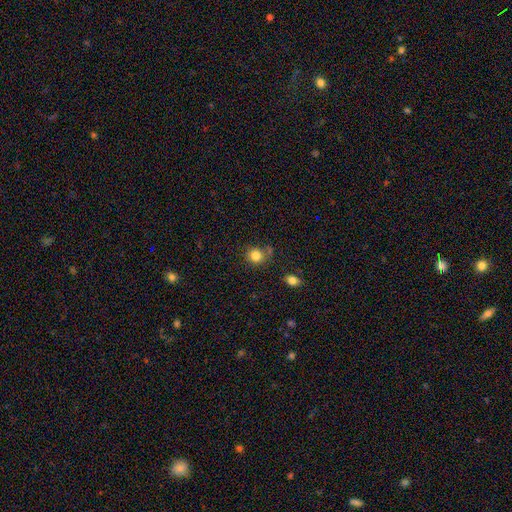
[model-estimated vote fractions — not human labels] The model was most divided on "merging": none: 71%, minor disturbance: 15%, merger: 9%, major disturbance: 5%. More confident: how rounded — round (84%); smooth or featured — smooth (83%).